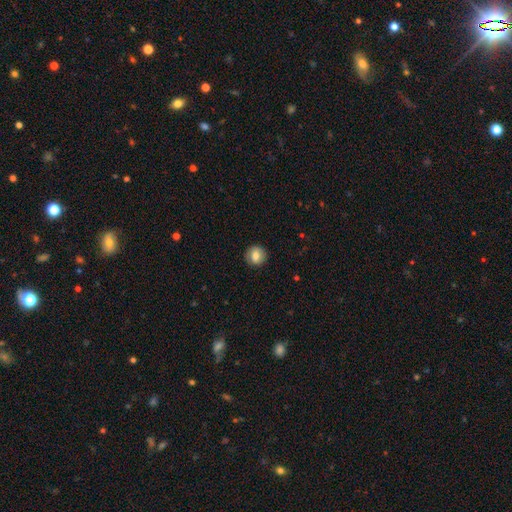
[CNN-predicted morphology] type=smooth (76%); roundness=round (89%); merging=none (88%).